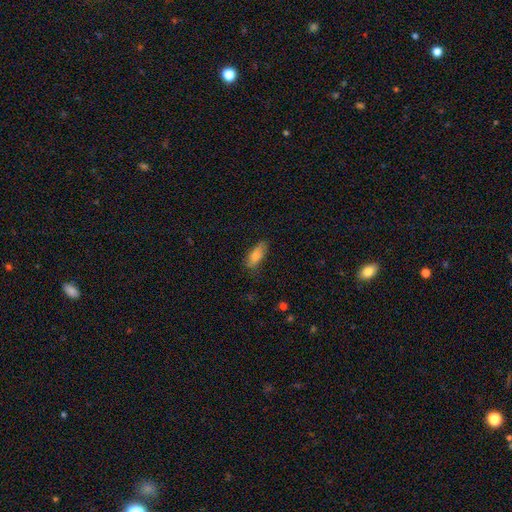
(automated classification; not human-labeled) This is clearly a smooth galaxy (82%). How rounded: likely in between (72%). Merging: likely none (73%).